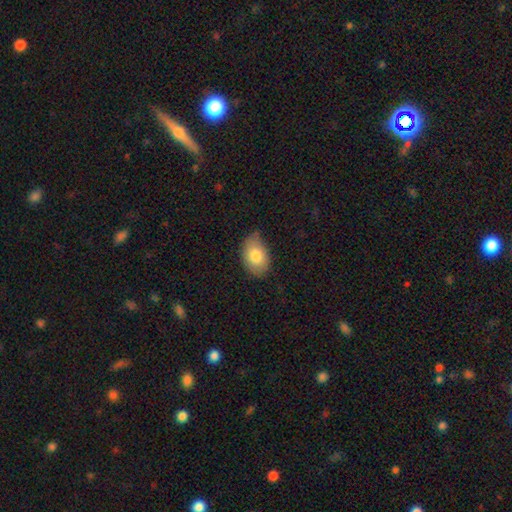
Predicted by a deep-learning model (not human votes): The model was most divided on "merging": none: 66%, minor disturbance: 28%, major disturbance: 5%, merger: 2%. More confident: how rounded — in between (86%); smooth or featured — smooth (81%).